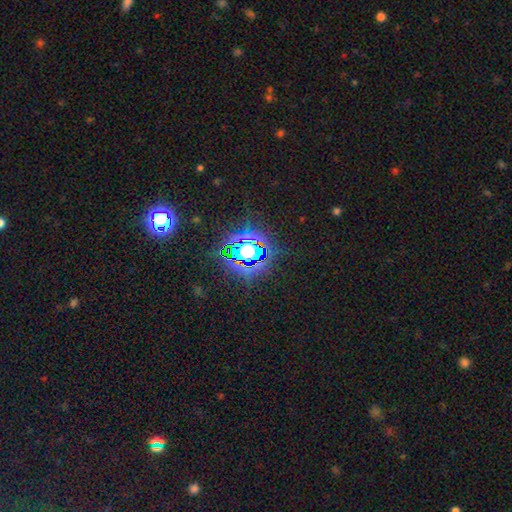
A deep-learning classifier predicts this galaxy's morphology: star or artifact 82%, smooth 11%, featured or disk 7%.